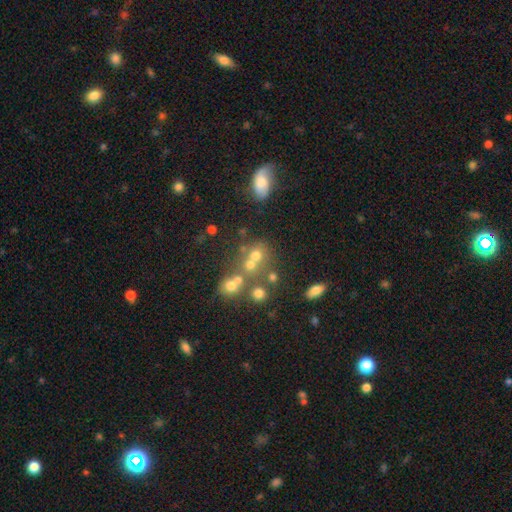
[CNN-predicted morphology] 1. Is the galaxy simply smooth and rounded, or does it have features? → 61% smooth, 21% star or artifact, 18% featured or disk.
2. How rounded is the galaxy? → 75% round, 24% in between, 2% cigar-shaped.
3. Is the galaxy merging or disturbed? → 47% none, 36% merger, 10% minor disturbance, 6% major disturbance.